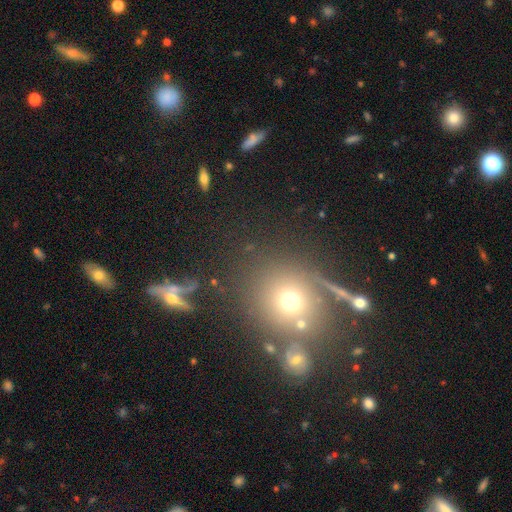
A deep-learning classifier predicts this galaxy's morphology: Overall: smooth (53%; star or artifact 32%). How rounded: round (85%). Merging: none (71%).